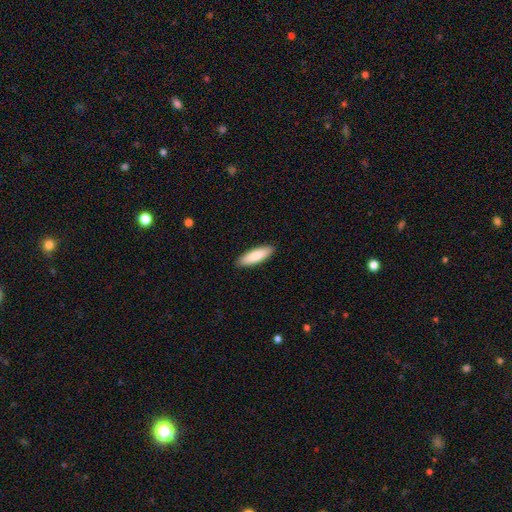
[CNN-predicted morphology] A smooth galaxy with no disk features (85%) that is cigar-shaped (50%).

Vote fractions:
- Smooth or featured? smooth: 85% / featured or disk: 10% / star or artifact: 5%
- How rounded? cigar-shaped: 50% / in between: 49% / round: 1%
- Merging? none: 90% / minor disturbance: 7% / major disturbance: 1% / merger: 1%